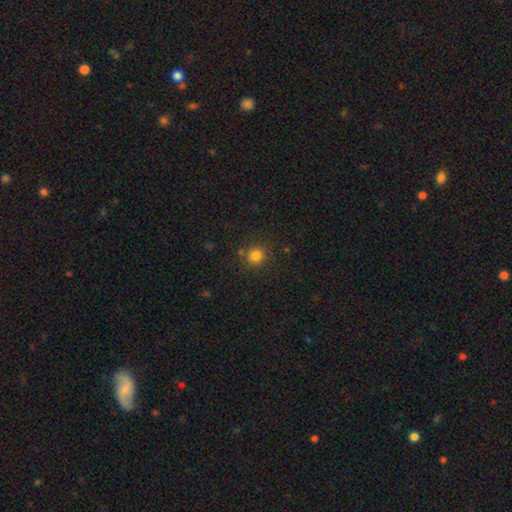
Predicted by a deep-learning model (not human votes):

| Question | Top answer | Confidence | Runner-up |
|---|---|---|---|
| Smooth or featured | smooth | 81% | star or artifact (14%) |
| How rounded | round | 93% | in between (6%) |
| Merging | none | 82% | minor disturbance (9%) |